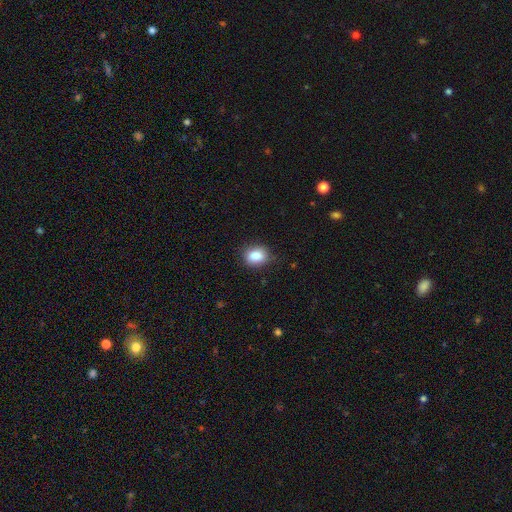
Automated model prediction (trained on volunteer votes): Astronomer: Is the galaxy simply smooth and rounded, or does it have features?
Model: smooth — 86%.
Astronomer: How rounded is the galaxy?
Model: in between — 58% (runner-up: round, 41%).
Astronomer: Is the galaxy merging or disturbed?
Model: none — 82%.